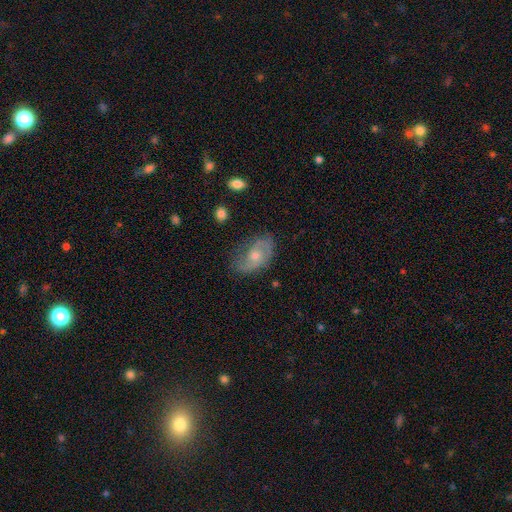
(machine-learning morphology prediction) featured or disk 66%, smooth 26%, star or artifact 7%. Down the decision tree: edge-on disk — no (95%); bar — no (70%); spiral arms — yes (84%); spiral arm count — 2 (74%); spiral winding — medium (45%); bulge size — moderate (57%); merging — none (65%).